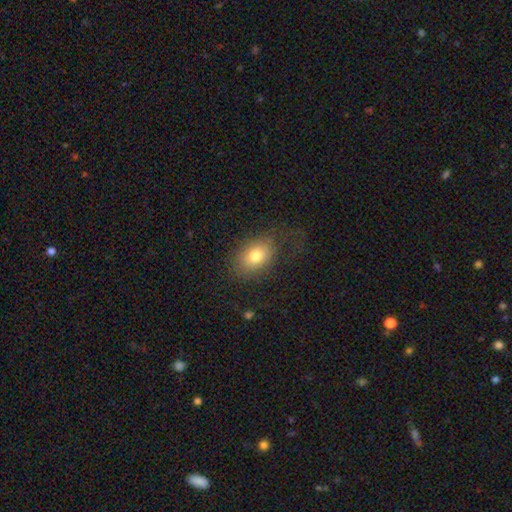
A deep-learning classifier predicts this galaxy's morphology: The model was most divided on "merging": none: 66%, minor disturbance: 18%, major disturbance: 15%, merger: 1%. More confident: smooth or featured — smooth (76%); how rounded — in between (75%).